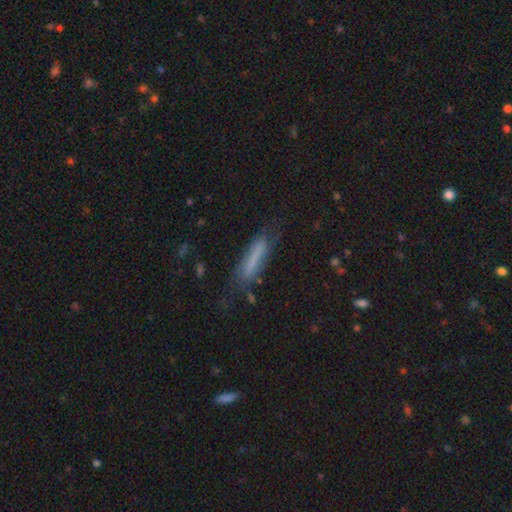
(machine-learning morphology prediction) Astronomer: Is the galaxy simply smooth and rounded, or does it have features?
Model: smooth — 65%.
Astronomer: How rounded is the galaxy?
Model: cigar-shaped — 82%.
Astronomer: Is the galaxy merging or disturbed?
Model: none — 63%.